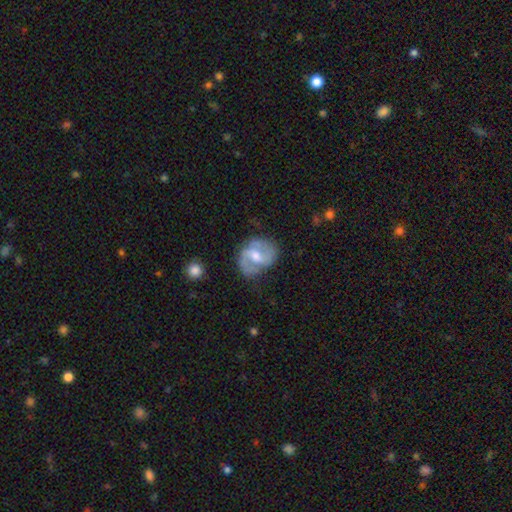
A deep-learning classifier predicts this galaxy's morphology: The model was most divided on "spiral winding": medium: 52%, loose: 29%, tight: 19%. More confident: edge-on disk — no (97%); spiral arms — yes (87%); spiral arm count — 2 (85%); smooth or featured — featured or disk (72%); merging — none (68%); bulge size — moderate (63%); bar — weak (55%).